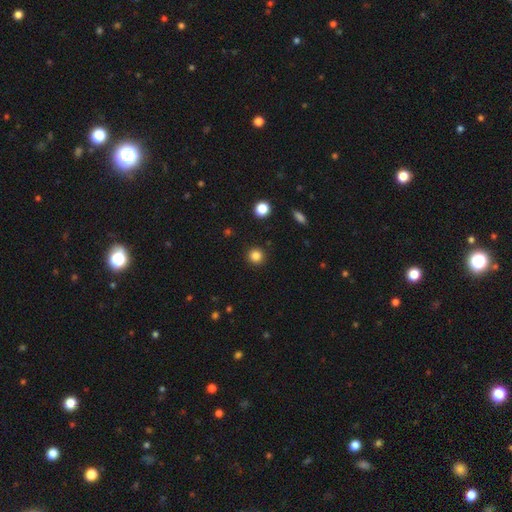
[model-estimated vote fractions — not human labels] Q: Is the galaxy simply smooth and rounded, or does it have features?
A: smooth — 84%.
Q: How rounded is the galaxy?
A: round — 94%.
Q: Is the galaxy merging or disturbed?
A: none — 91%.